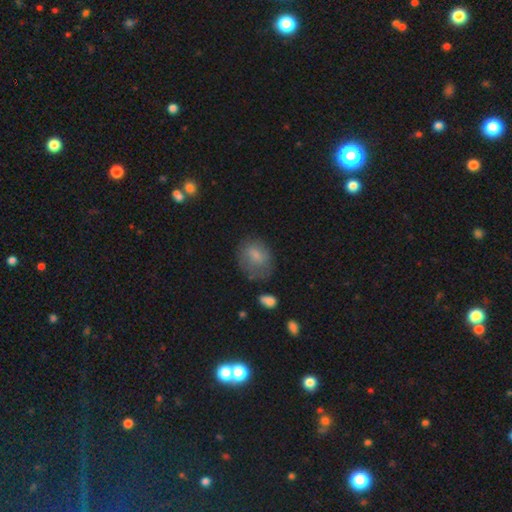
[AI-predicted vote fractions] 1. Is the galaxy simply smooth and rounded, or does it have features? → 74% smooth, 18% featured or disk, 9% star or artifact.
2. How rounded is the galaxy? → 55% in between, 44% round, 1% cigar-shaped.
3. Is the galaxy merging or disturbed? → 56% none, 27% minor disturbance, 14% major disturbance, 3% merger.